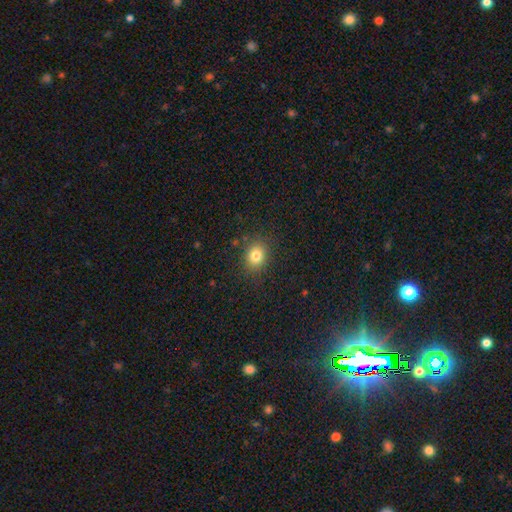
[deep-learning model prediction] Smooth or featured?
  - smooth: 81% *
  - star or artifact: 12%
  - featured or disk: 7%
How rounded?
  - round: 59% *
  - in between: 40%
  - cigar-shaped: 1%
Merging?
  - none: 84% *
  - minor disturbance: 11%
  - major disturbance: 3%
  - merger: 2%